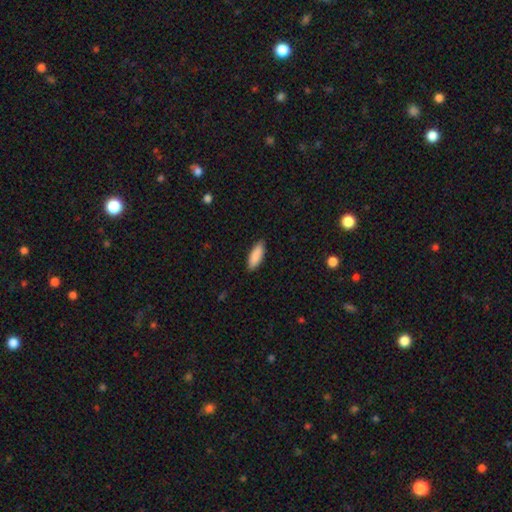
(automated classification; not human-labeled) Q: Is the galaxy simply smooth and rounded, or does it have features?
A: smooth — 89%.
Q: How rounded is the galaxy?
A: in between — 68%.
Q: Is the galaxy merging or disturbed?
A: none — 88%.